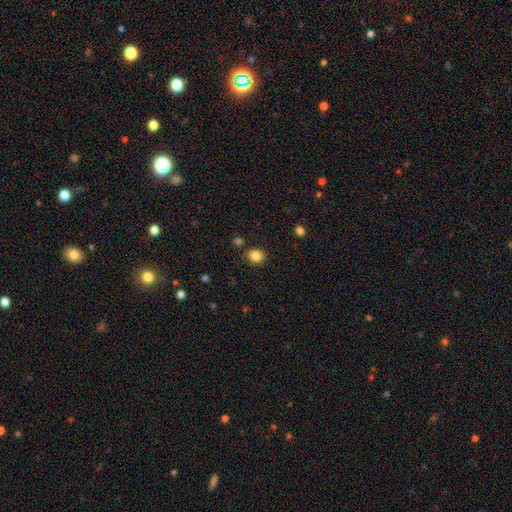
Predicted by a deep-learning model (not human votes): Q: Smooth or featured?
A: smooth (84%); runner-up: star or artifact (11%)
Q: How rounded?
A: round (72%); runner-up: in between (27%)
Q: Merging?
A: none (84%); runner-up: minor disturbance (9%)